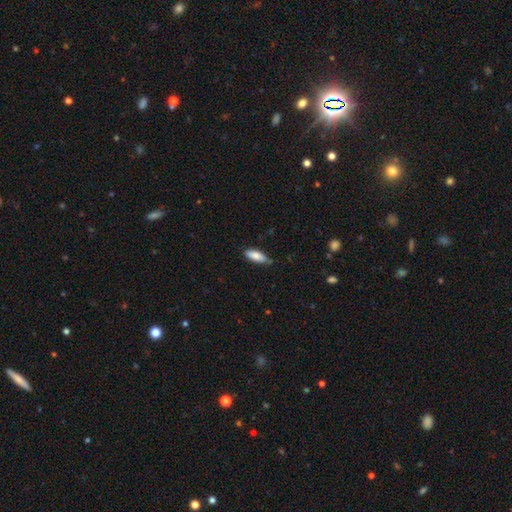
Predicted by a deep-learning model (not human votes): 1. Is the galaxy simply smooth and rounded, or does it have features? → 82% smooth, 11% featured or disk, 6% star or artifact.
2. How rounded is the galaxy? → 71% in between, 27% cigar-shaped, 2% round.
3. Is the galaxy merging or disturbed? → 75% none, 21% minor disturbance, 3% major disturbance, 1% merger.